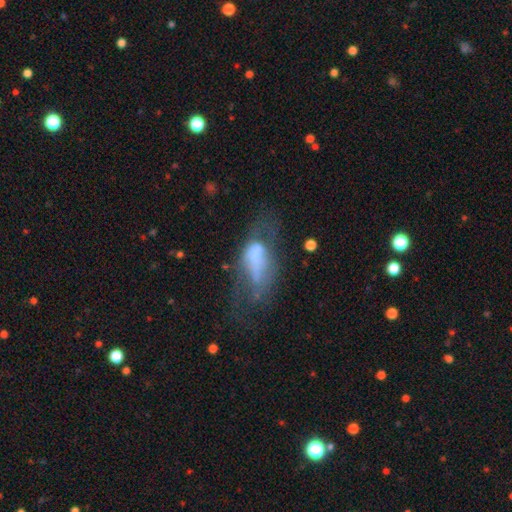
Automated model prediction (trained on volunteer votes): A smooth galaxy with no disk features (45%).

Vote fractions:
- Smooth or featured? smooth: 45% / featured or disk: 43% / star or artifact: 12%
- Merging? major disturbance: 45% / none: 23% / minor disturbance: 20% / merger: 12%